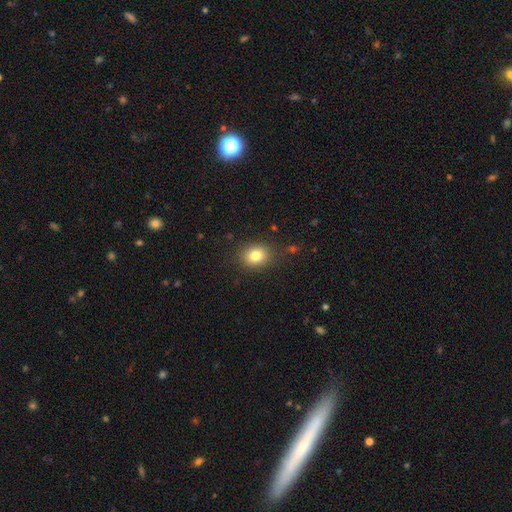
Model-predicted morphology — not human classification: type=smooth (80%); roundness=round (61%); merging=none (86%).